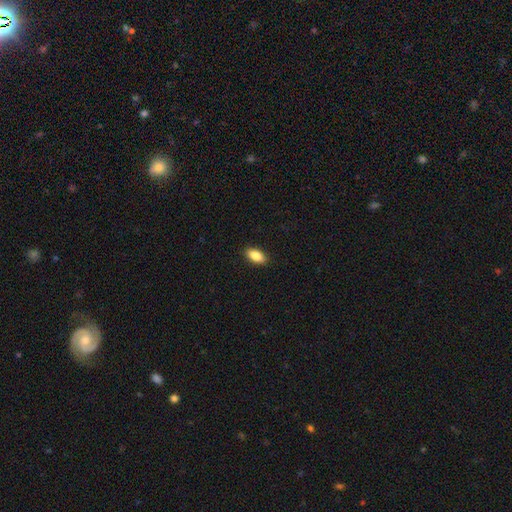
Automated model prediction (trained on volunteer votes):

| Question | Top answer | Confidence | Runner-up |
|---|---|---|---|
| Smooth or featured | smooth | 86% | featured or disk (7%) |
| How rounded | in between | 90% | cigar-shaped (7%) |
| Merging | none | 90% | minor disturbance (8%) |